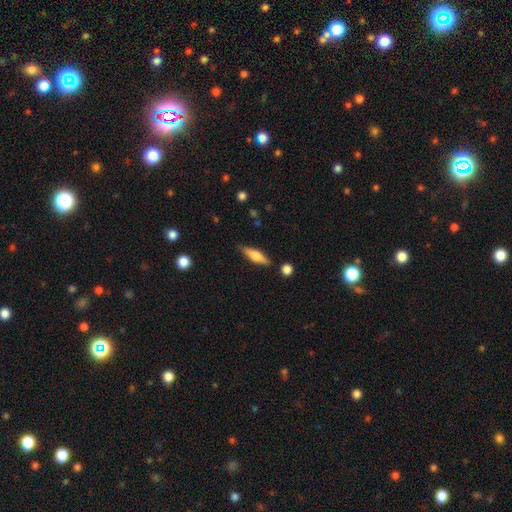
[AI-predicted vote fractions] A smooth galaxy with no disk features (49%). Merging: none (84%).